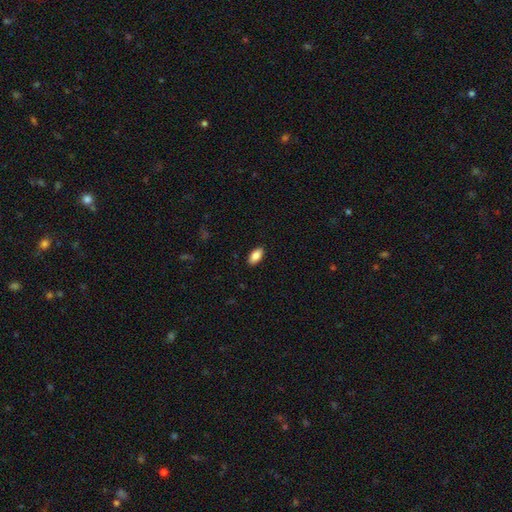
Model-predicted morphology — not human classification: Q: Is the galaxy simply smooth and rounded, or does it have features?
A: smooth — 87%.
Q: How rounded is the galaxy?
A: in between — 92%.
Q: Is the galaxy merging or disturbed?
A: none — 89%.